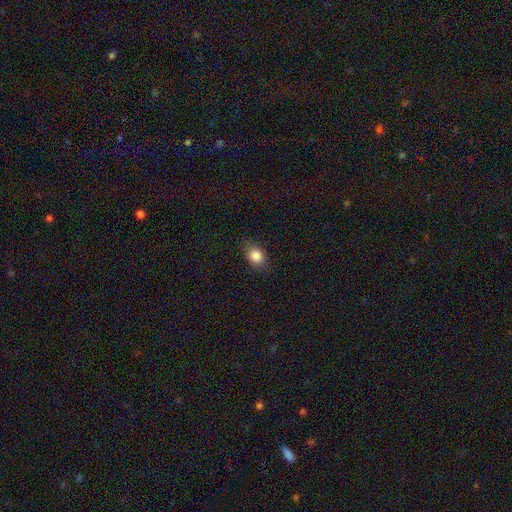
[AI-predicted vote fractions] Smooth or featured? Predicted: smooth (p=0.85). How rounded? Predicted: in between (p=0.56). Merging? Predicted: none (p=0.81).